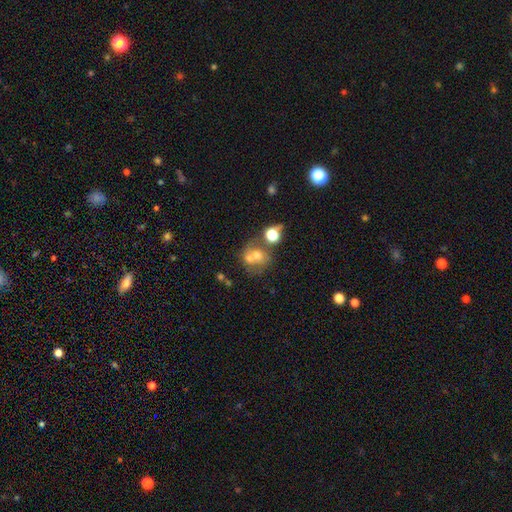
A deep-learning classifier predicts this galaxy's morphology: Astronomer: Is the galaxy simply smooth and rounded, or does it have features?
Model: smooth — 58%.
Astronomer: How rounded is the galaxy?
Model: round — 72%.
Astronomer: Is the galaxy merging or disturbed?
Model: merger — 51% (runner-up: none, 34%).